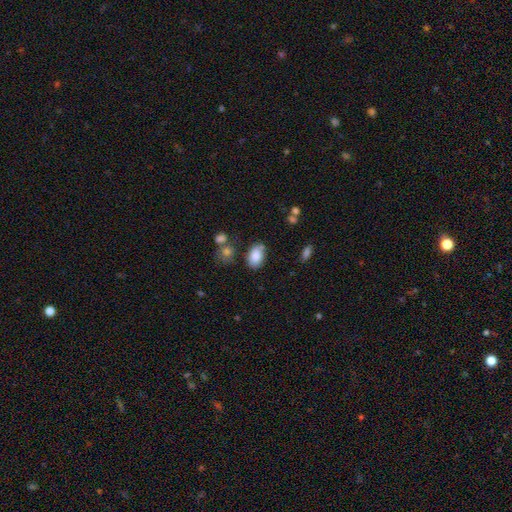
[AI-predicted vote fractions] Smooth or featured: smooth — 85% (star or artifact — 8%)
How rounded: in between — 91% (round — 7%)
Merging: none — 70% (minor disturbance — 18%)